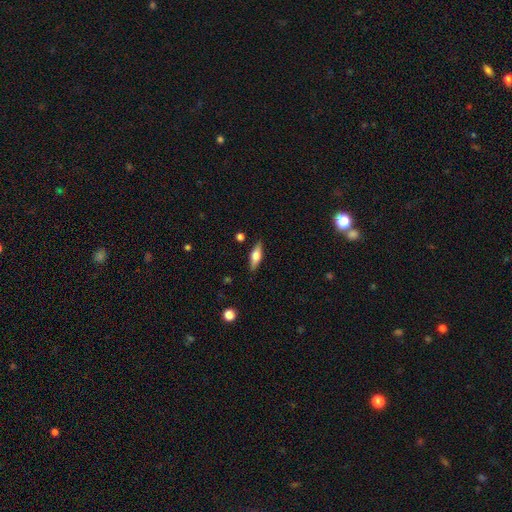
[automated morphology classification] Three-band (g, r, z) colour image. It shows a smooth galaxy with no disk features (51%) that is in between round and cigar-shaped (56%). Merging: none (87%).